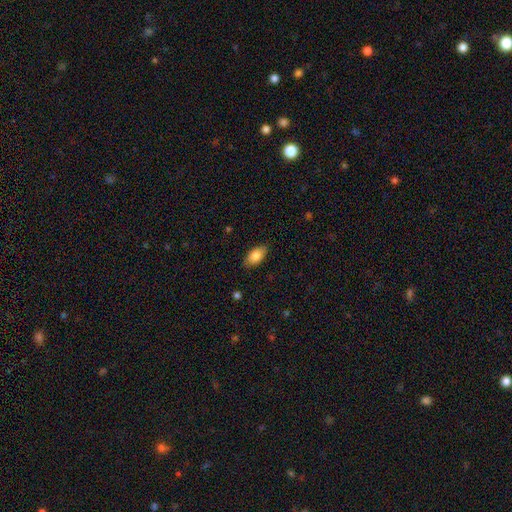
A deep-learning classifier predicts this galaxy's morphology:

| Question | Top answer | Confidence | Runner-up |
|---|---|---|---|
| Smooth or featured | smooth | 83% | featured or disk (10%) |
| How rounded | in between | 92% | round (4%) |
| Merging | none | 85% | minor disturbance (11%) |